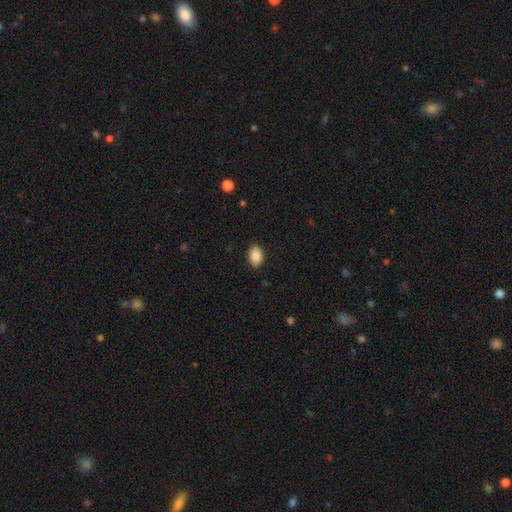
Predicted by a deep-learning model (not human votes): smooth_or_featured: smooth (p=0.90) [alt: star or artifact p=0.07]
how_rounded: in between (p=0.89) [alt: round p=0.10]
merging: none (p=0.88) [alt: minor disturbance p=0.09]